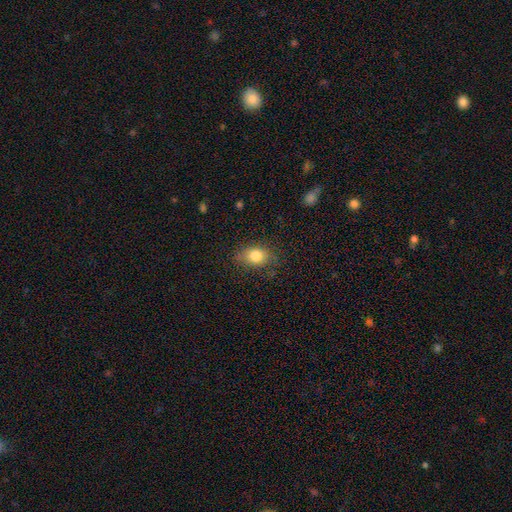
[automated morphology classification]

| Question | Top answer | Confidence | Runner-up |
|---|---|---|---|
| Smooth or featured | smooth | 81% | star or artifact (10%) |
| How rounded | in between | 69% | round (30%) |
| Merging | none | 75% | minor disturbance (18%) |